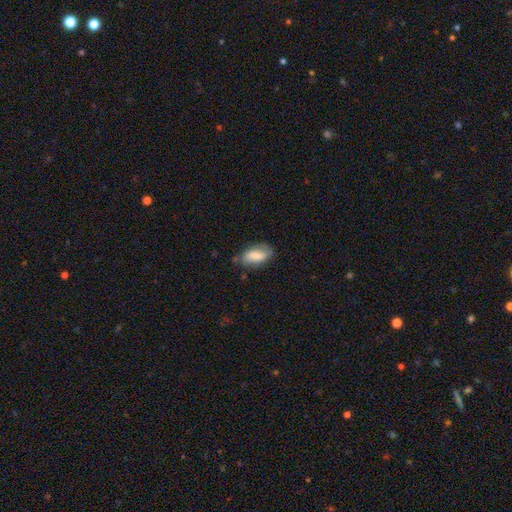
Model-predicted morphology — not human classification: A smooth galaxy with no disk features (72%) that is in between round and cigar-shaped (89%). Merging: none (62%).